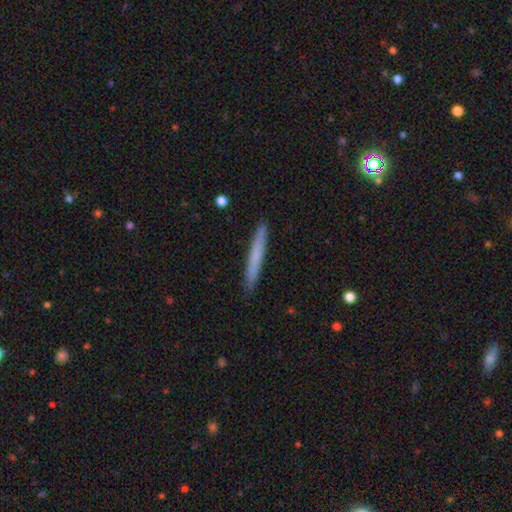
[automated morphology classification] Smooth or featured: smooth — 67% (featured or disk — 27%)
How rounded: cigar-shaped — 97% (in between — 2%)
Merging: none — 92% (minor disturbance — 6%)